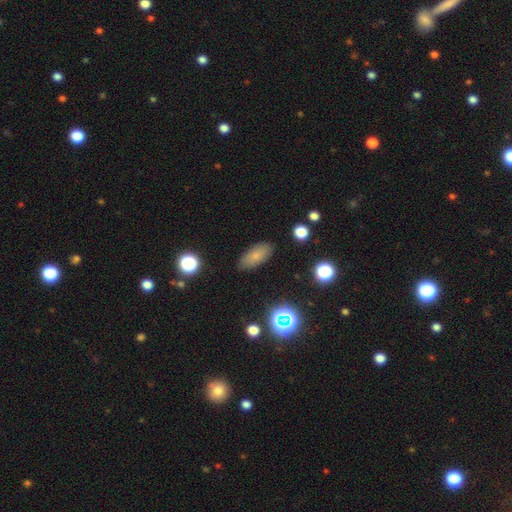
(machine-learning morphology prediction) smooth-or-featured: smooth: 77% | featured or disk: 12% | star or artifact: 11%
  how-rounded: in between: 84% | cigar-shaped: 12% | round: 4%
  merging: none: 86% | minor disturbance: 10% | major disturbance: 3% | merger: 1%